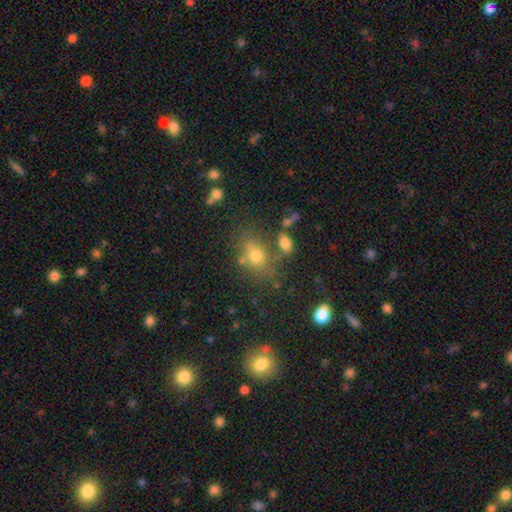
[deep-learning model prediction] Morphology: type=smooth (68%); roundness=in between (56%); merging=none (59%).